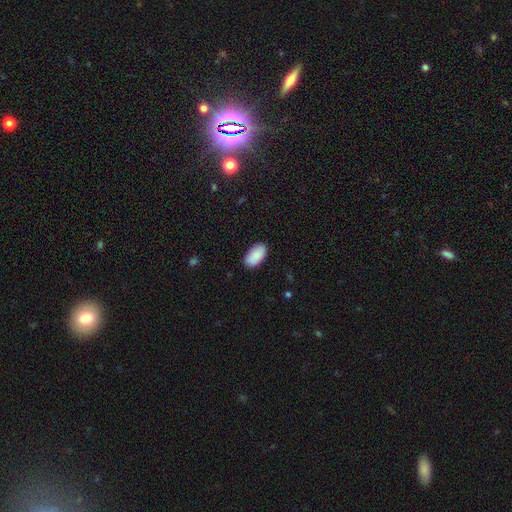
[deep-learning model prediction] A smooth galaxy with no disk features (89%) that is in between round and cigar-shaped (96%). Merging: none (87%).